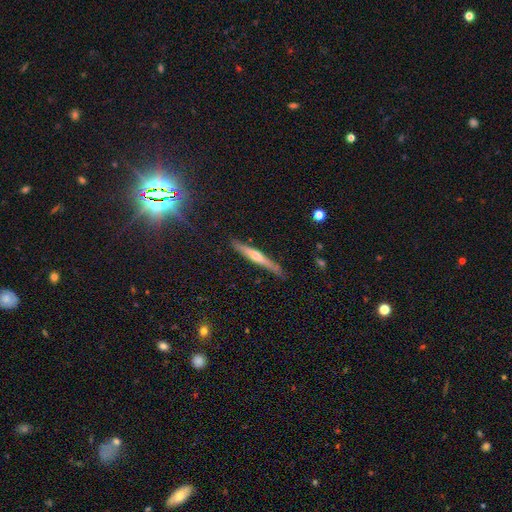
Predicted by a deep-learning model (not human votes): This is likely a featured or disk galaxy (60%). It is clearly viewed edge-on (96%). Edge-on bulge: likely rounded (74%). Merging: clearly none (85%).